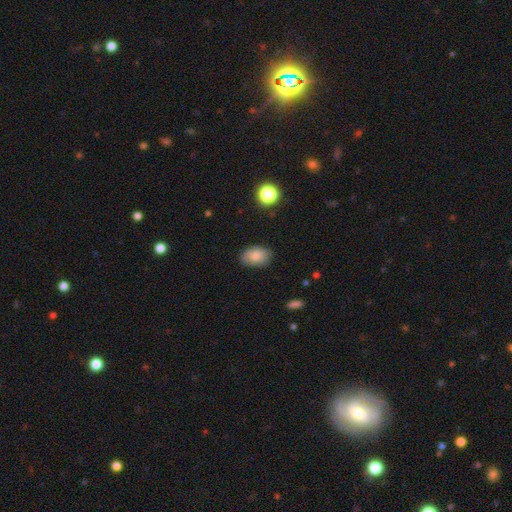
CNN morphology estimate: Smooth or featured: smooth — 81% (featured or disk — 11%)
How rounded: in between — 85% (round — 14%)
Merging: none — 80% (minor disturbance — 16%)